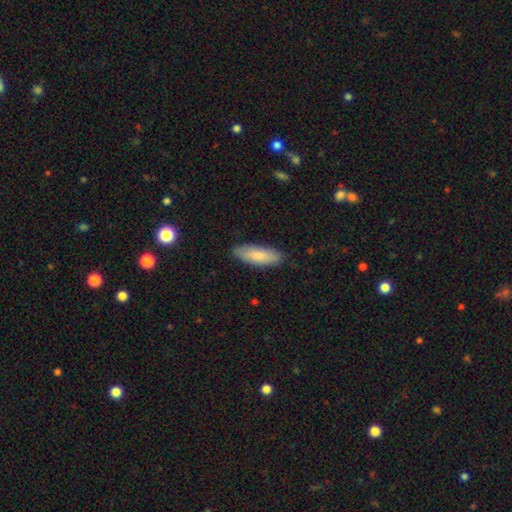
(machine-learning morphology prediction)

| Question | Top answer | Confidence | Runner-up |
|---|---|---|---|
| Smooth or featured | smooth | 79% | featured or disk (14%) |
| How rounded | in between | 53% | cigar-shaped (45%) |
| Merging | none | 88% | minor disturbance (9%) |